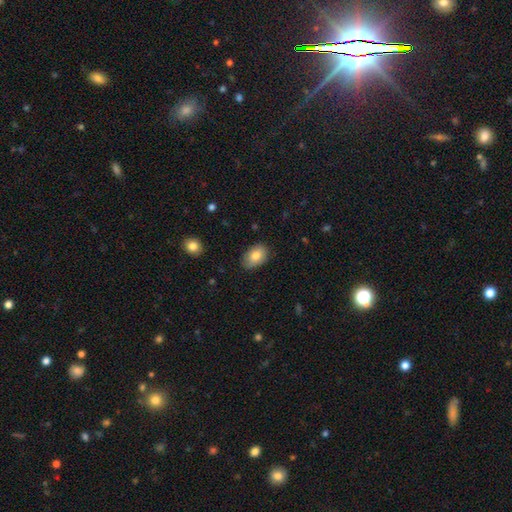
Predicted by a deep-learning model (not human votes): Smooth or featured? Predicted: smooth (p=0.82). How rounded? Predicted: in between (p=0.88). Merging? Predicted: none (p=0.81).